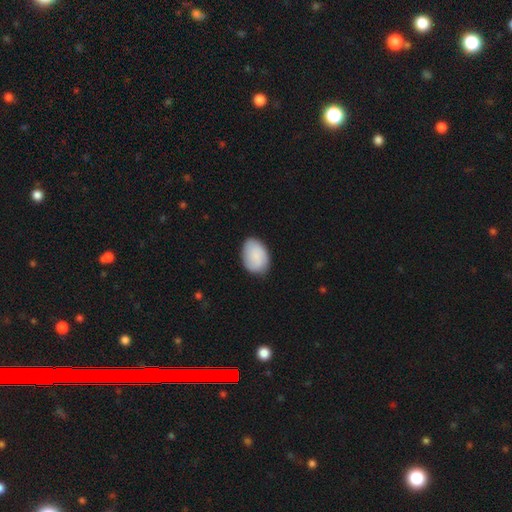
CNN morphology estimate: Q: Smooth or featured?
A: smooth (84%); runner-up: featured or disk (11%)
Q: How rounded?
A: in between (81%); runner-up: round (18%)
Q: Merging?
A: none (78%); runner-up: minor disturbance (17%)